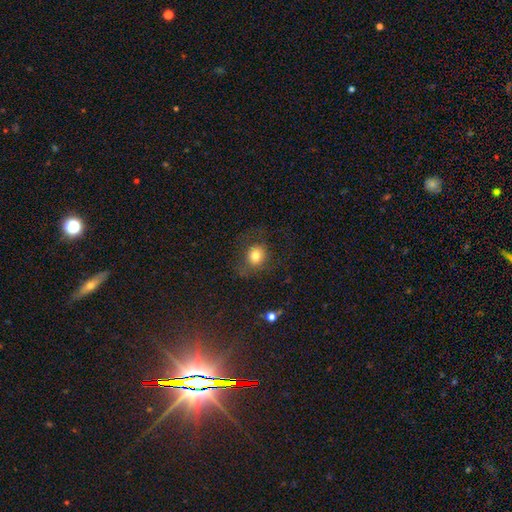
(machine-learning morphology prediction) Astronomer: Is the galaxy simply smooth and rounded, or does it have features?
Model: smooth — 78%.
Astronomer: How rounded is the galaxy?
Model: round — 74%.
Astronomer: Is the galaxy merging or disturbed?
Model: none — 69%.